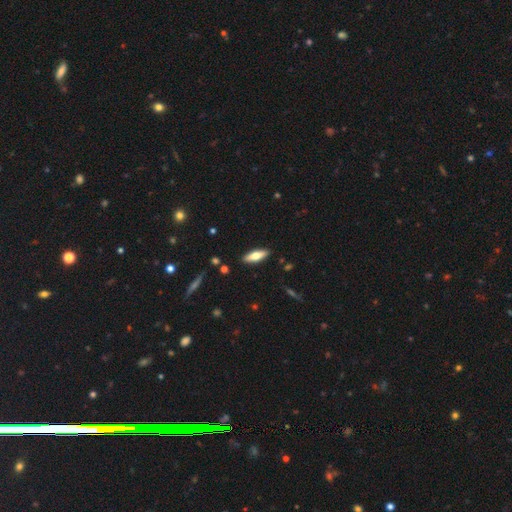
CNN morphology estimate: A smooth galaxy with no disk features (62%) that is in between round and cigar-shaped (53%).

Vote fractions:
- Smooth or featured? smooth: 62% / featured or disk: 32% / star or artifact: 6%
- How rounded? in between: 53% / cigar-shaped: 45% / round: 2%
- Merging? none: 89% / minor disturbance: 8% / major disturbance: 2% / merger: 1%